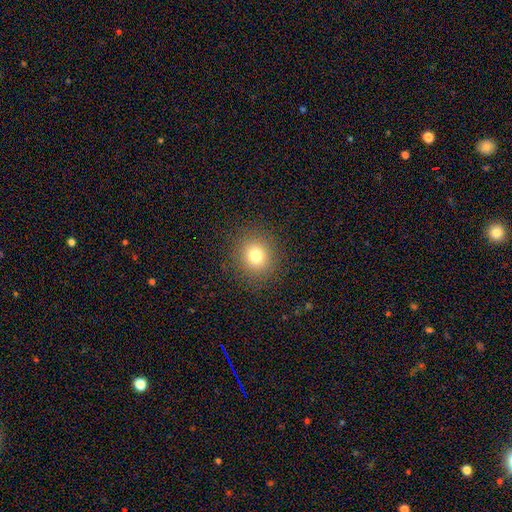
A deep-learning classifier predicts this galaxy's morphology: type=smooth (77%); roundness=round (87%); merging=none (89%).